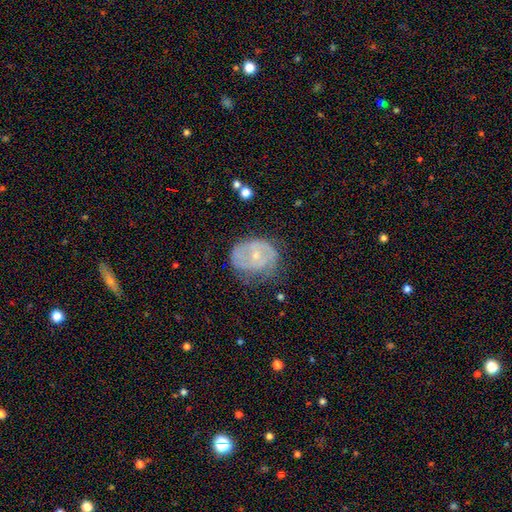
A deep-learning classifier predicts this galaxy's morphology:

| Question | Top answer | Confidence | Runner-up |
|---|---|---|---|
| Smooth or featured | featured or disk | 68% | smooth (24%) |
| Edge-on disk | no | 97% | yes (3%) |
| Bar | no | 67% | weak (27%) |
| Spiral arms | yes | 75% | no (25%) |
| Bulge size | small | 67% | moderate (30%) |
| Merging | none | 52% | minor disturbance (30%) |